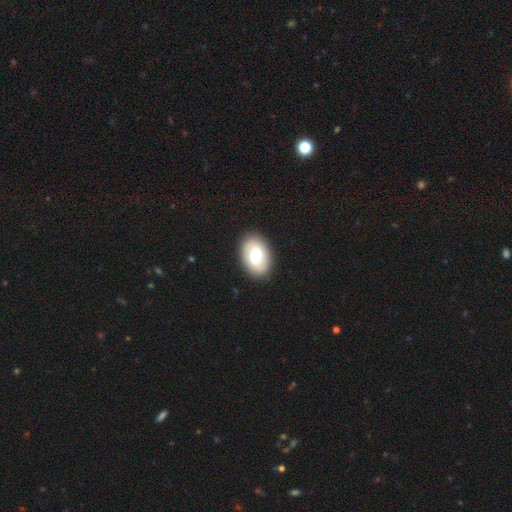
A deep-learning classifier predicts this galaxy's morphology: smooth 66%, featured or disk 28%, star or artifact 6%. Down the decision tree: how rounded — in between (87%); merging — none (89%).